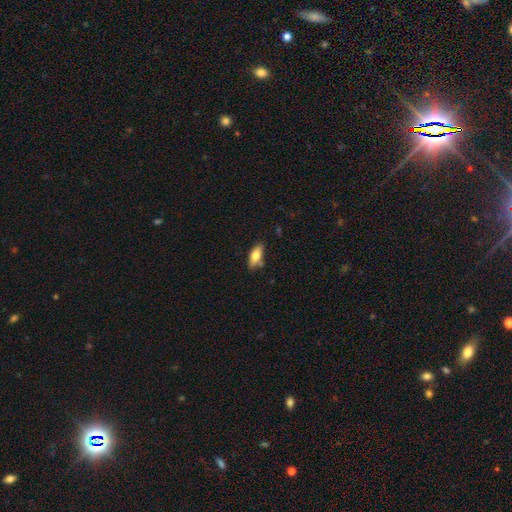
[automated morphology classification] smooth_or_featured: smooth (p=0.75) [alt: featured or disk p=0.18]
how_rounded: in between (p=0.81) [alt: cigar-shaped p=0.16]
merging: none (p=0.73) [alt: minor disturbance p=0.18]